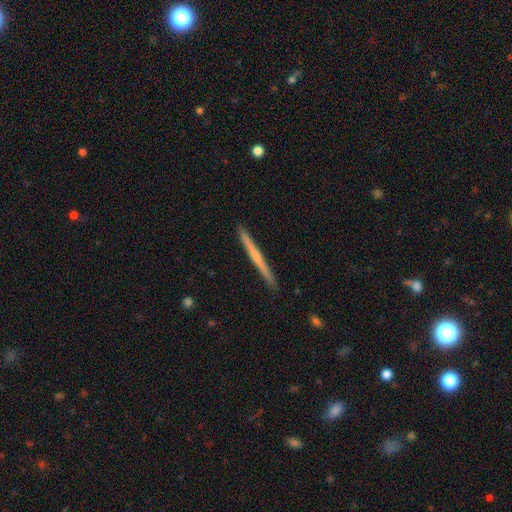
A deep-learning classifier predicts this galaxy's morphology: This is possibly a featured or disk galaxy (59%). It is clearly viewed edge-on (98%). Edge-on bulge: likely none (60%). Merging: clearly none (92%).